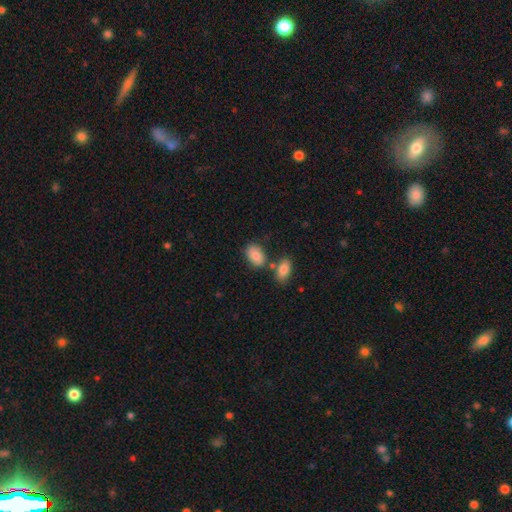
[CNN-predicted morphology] This appears to be a smooth galaxy with no disk features (82%) that is in between round and cigar-shaped (88%). Merging: none (63%).